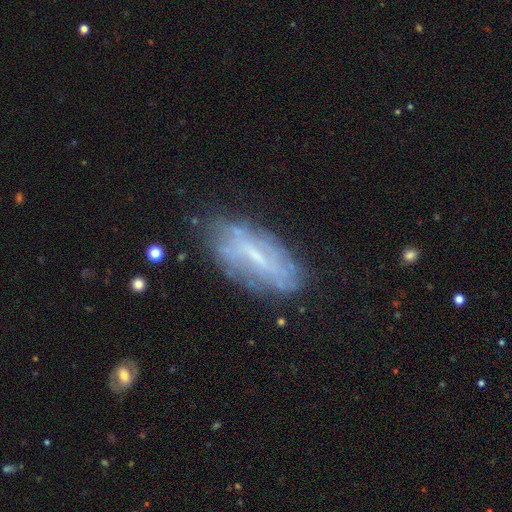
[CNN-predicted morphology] A featured or disk galaxy (60%).

Vote fractions:
- Smooth or featured? featured or disk: 60% / smooth: 31% / star or artifact: 9%
- Edge-on disk? no: 81% / yes: 19%
- Merging? none: 70% / minor disturbance: 20% / major disturbance: 7% / merger: 2%